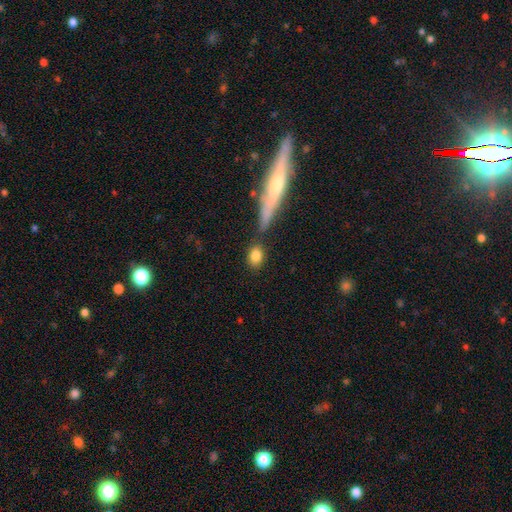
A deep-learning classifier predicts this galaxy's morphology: smooth_or_featured: smooth (p=0.83) [alt: featured or disk p=0.09]
how_rounded: in between (p=0.72) [alt: round p=0.22]
merging: none (p=0.76) [alt: minor disturbance p=0.12]